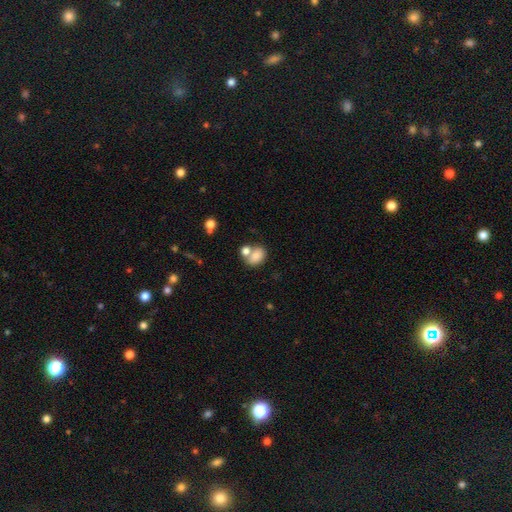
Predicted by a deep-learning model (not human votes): smooth_or_featured: smooth (p=0.79) [alt: featured or disk p=0.11]
how_rounded: in between (p=0.72) [alt: round p=0.27]
merging: none (p=0.44) [alt: merger p=0.36]